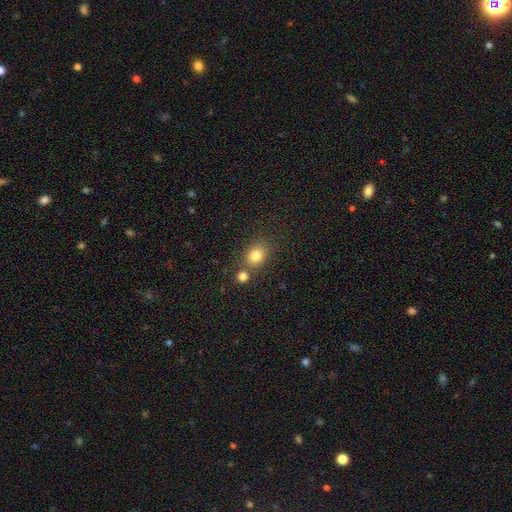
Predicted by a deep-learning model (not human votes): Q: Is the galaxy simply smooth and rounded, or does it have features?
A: smooth — 81%.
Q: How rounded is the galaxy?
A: round — 54%.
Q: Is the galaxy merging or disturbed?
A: none — 64%.